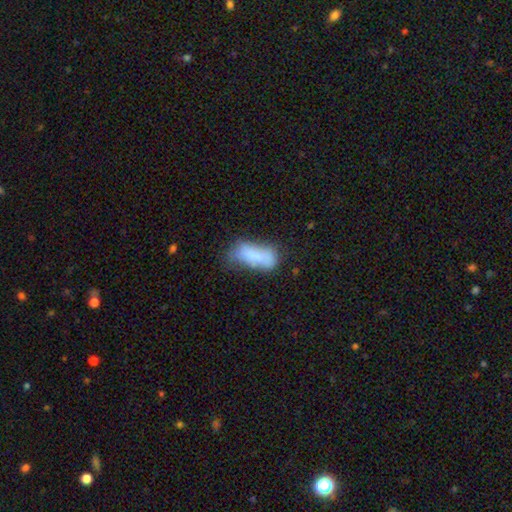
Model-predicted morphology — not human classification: Smooth or featured?
  - smooth: 73% *
  - featured or disk: 19%
  - star or artifact: 9%
How rounded?
  - in between: 83% *
  - cigar-shaped: 14%
  - round: 3%
Merging?
  - none: 38% *
  - minor disturbance: 32%
  - major disturbance: 17%
  - merger: 12%